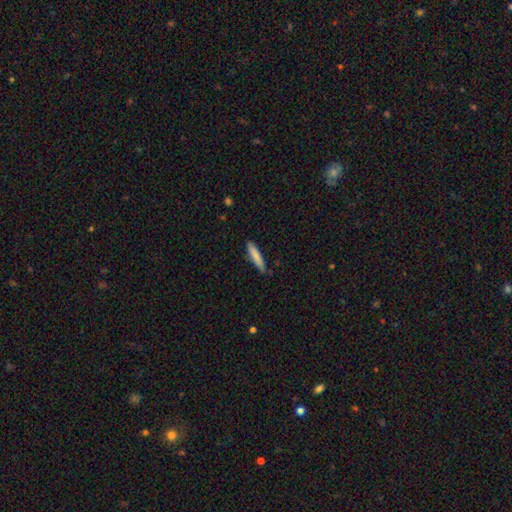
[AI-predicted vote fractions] The model was most divided on "smooth or featured": smooth: 81%, featured or disk: 13%, star or artifact: 6%. More confident: how rounded — cigar-shaped (86%); merging — none (83%).